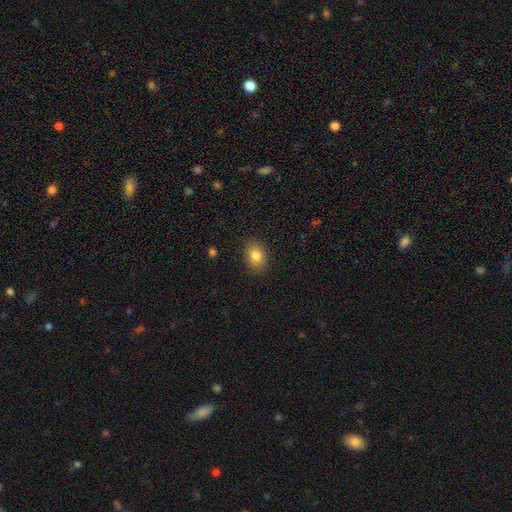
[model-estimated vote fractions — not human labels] Q: Smooth or featured?
A: smooth (83%); runner-up: star or artifact (9%)
Q: How rounded?
A: in between (69%); runner-up: round (29%)
Q: Merging?
A: none (88%); runner-up: minor disturbance (9%)